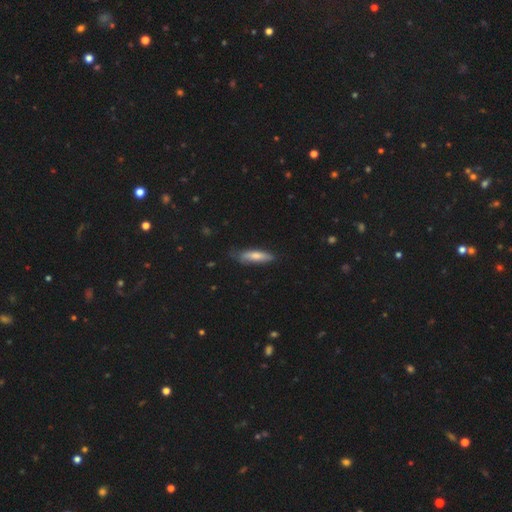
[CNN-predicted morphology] Smooth or featured?
  - smooth: 67% *
  - featured or disk: 26%
  - star or artifact: 7%
How rounded?
  - cigar-shaped: 65% *
  - in between: 33%
  - round: 2%
Merging?
  - none: 75% *
  - minor disturbance: 20%
  - major disturbance: 4%
  - merger: 1%